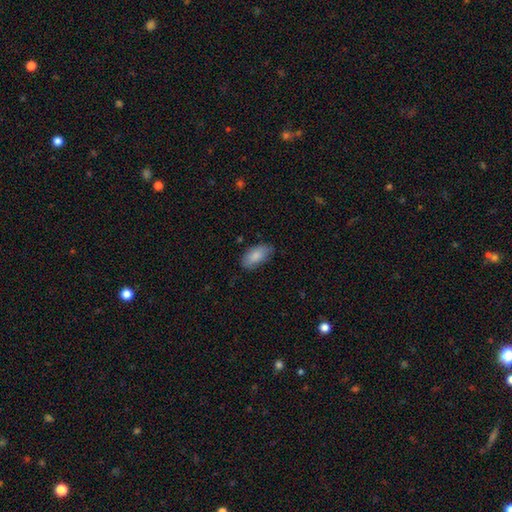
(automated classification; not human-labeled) A smooth galaxy with no disk features (85%) that is in between round and cigar-shaped (93%).

Vote fractions:
- Smooth or featured? smooth: 85% / featured or disk: 9% / star or artifact: 6%
- How rounded? in between: 93% / cigar-shaped: 5% / round: 2%
- Merging? none: 76% / minor disturbance: 19% / major disturbance: 3% / merger: 1%